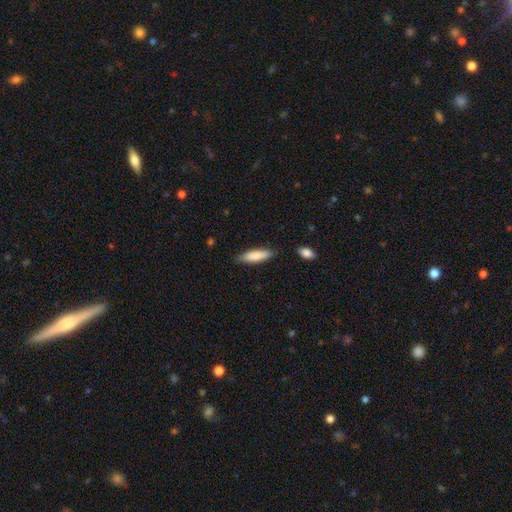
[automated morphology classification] Q: Smooth or featured?
A: smooth (82%); runner-up: featured or disk (12%)
Q: How rounded?
A: cigar-shaped (63%); runner-up: in between (36%)
Q: Merging?
A: none (83%); runner-up: minor disturbance (13%)